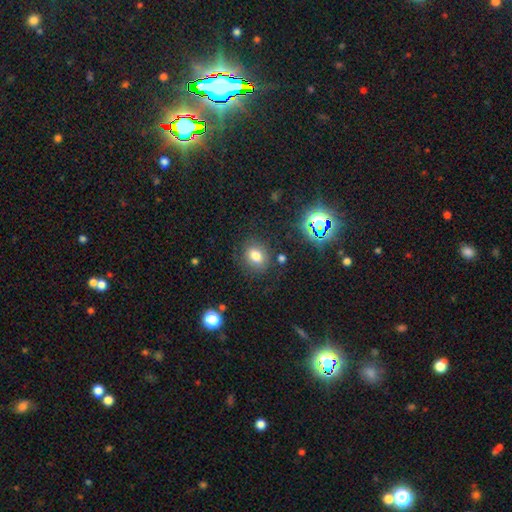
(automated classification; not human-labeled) Smooth or featured? Predicted: smooth (p=0.74). How rounded? Predicted: round (p=0.52). Merging? Predicted: none (p=0.81).